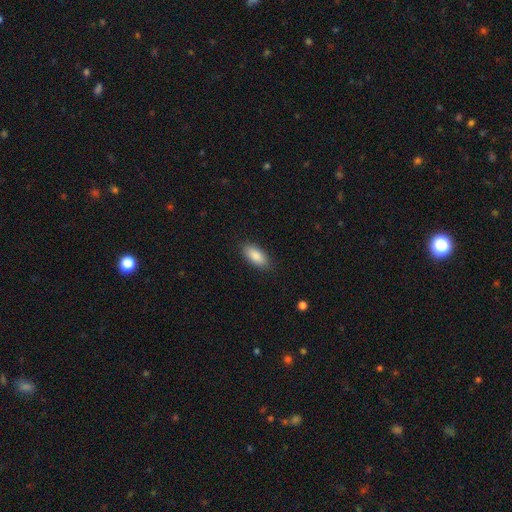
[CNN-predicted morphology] type=smooth (86%); roundness=in between (87%); merging=none (86%).